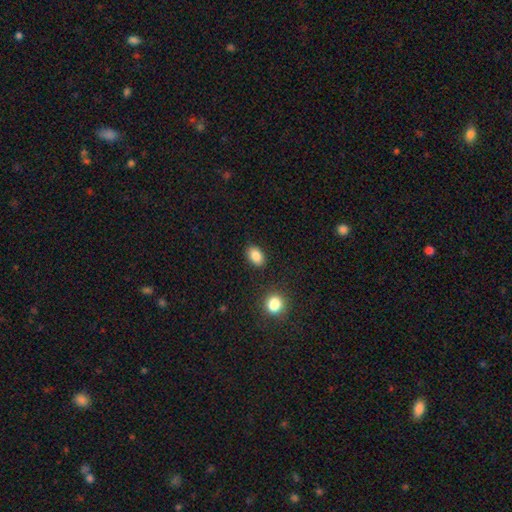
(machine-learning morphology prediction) Smooth or featured: smooth — 86% (star or artifact — 9%)
How rounded: in between — 83% (round — 16%)
Merging: none — 86% (minor disturbance — 9%)